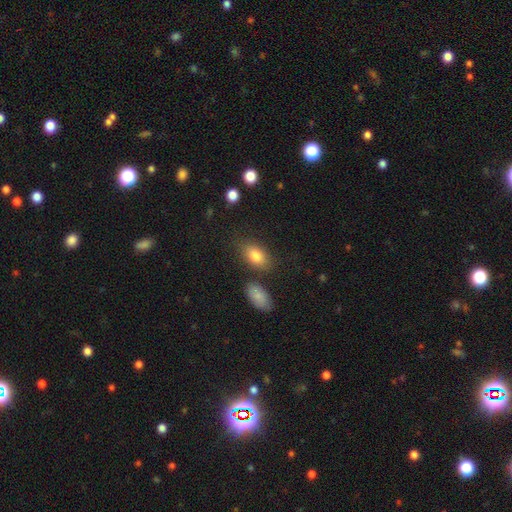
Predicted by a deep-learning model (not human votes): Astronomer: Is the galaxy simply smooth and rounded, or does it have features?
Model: smooth — 81%.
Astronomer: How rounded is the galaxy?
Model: in between — 87%.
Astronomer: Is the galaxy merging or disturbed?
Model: none — 75%.